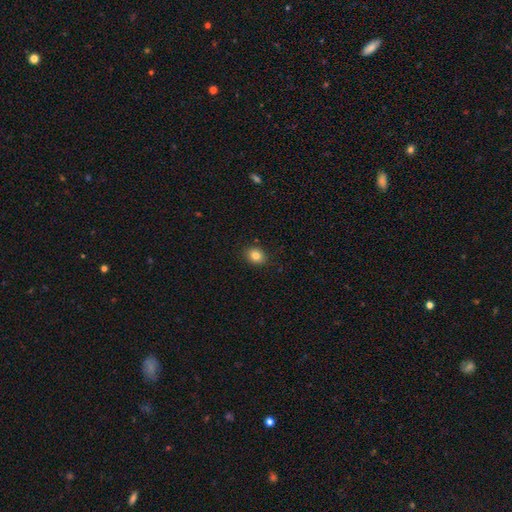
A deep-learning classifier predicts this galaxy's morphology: Smooth or featured? smooth (83%)
How rounded? round (54%)
Merging? none (89%)